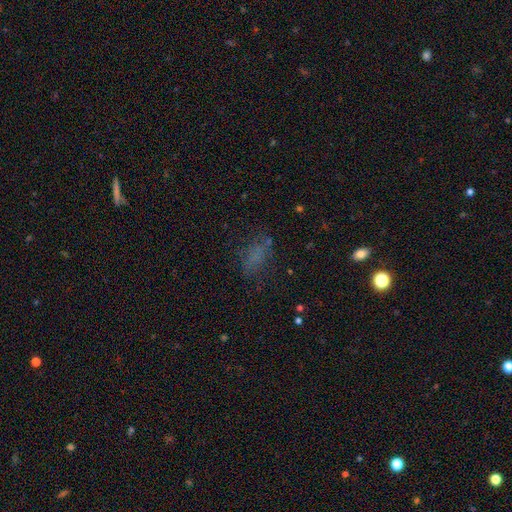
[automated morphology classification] Smooth or featured: smooth — 60% (star or artifact — 21%)
How rounded: in between — 81% (round — 10%)
Merging: none — 58% (minor disturbance — 21%)